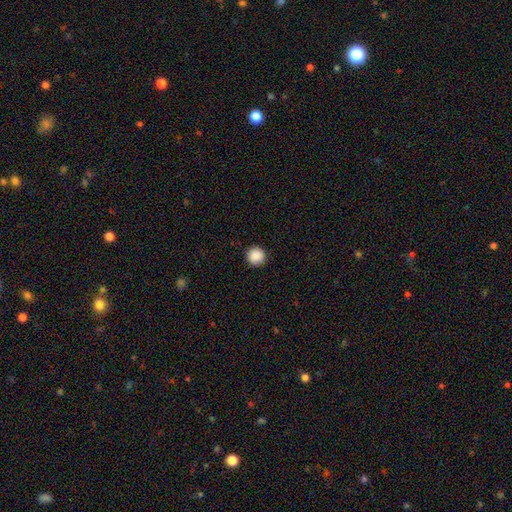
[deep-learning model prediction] Q: Smooth or featured?
A: smooth (89%); runner-up: star or artifact (9%)
Q: How rounded?
A: round (95%); runner-up: in between (4%)
Q: Merging?
A: none (91%); runner-up: minor disturbance (6%)